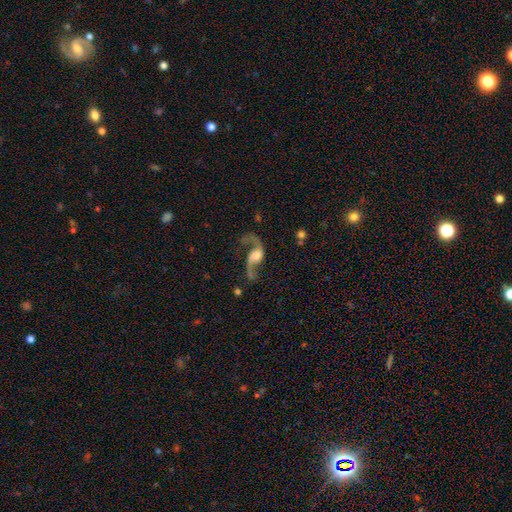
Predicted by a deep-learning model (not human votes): Overall: featured or disk (88%). Edge-on disk: no (96%). Bar: no (53%; weak 36%). Spiral arms: yes (96%). Spiral arm count: 2 (92%). Spiral winding: loose (86%). Bulge size: moderate (38%; large 31%). Merging: none (63%).